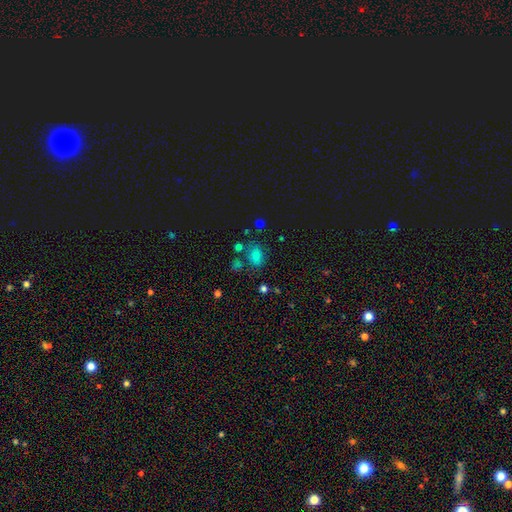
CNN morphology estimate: smooth_or_featured: smooth (p=0.73) [alt: star or artifact p=0.19]
how_rounded: in between (p=0.72) [alt: round p=0.27]
merging: none (p=0.65) [alt: minor disturbance p=0.17]